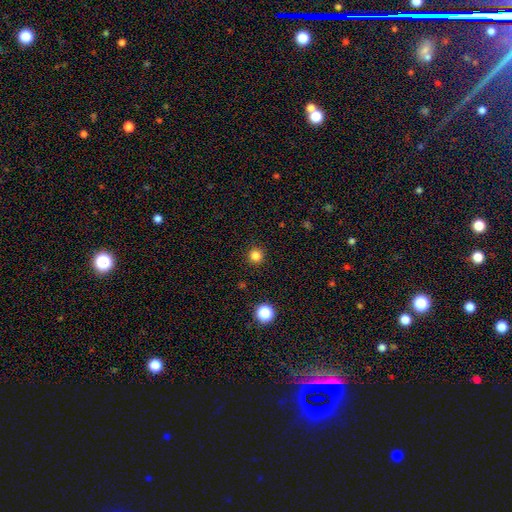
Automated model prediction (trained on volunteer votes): smooth 82%, star or artifact 14%, featured or disk 4%. Down the decision tree: how rounded — round (95%); merging — none (92%).